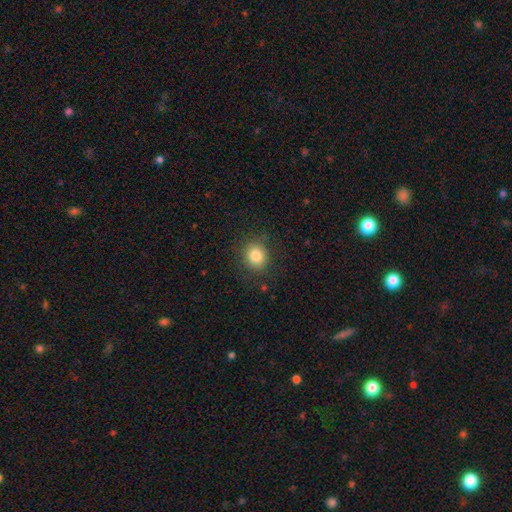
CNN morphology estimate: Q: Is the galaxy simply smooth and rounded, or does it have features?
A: smooth — 83%.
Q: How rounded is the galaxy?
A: round — 76%.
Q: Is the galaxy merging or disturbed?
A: none — 86%.